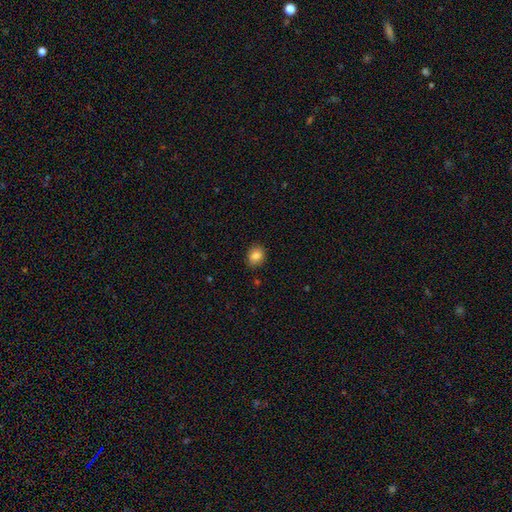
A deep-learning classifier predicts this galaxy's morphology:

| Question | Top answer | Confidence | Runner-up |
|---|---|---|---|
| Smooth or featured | smooth | 84% | star or artifact (9%) |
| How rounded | round | 60% | in between (39%) |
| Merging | none | 87% | minor disturbance (9%) |